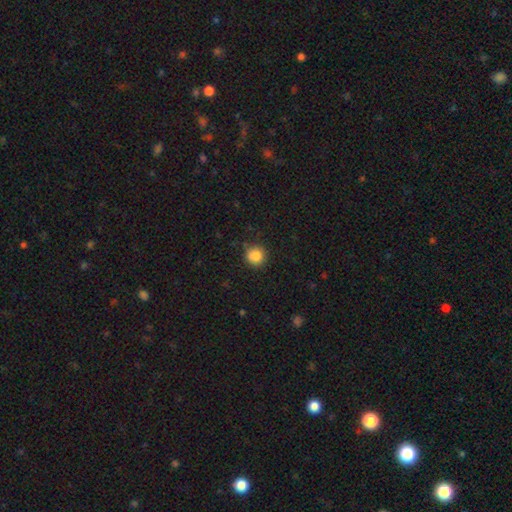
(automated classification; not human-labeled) Smooth or featured? Predicted: smooth (p=0.85). How rounded? Predicted: round (p=0.92). Merging? Predicted: none (p=0.83).